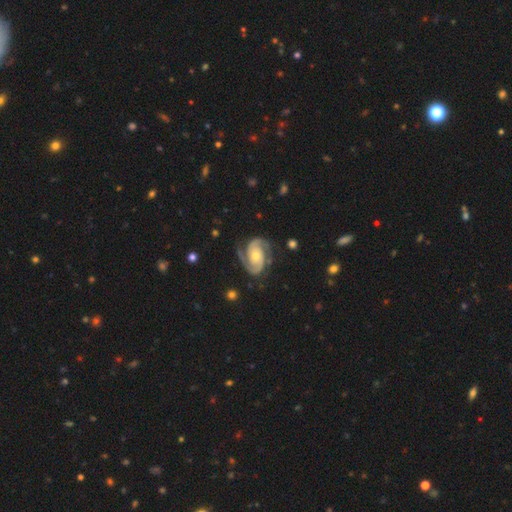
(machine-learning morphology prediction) Smooth or featured? featured or disk (93%)
Edge-on disk? no (98%)
Bar? no (66%)
Spiral arms? yes (99%)
Spiral winding? tight (48%)
Spiral arm count? 2 (92%)
Bulge size? moderate (49%)
Merging? none (78%)